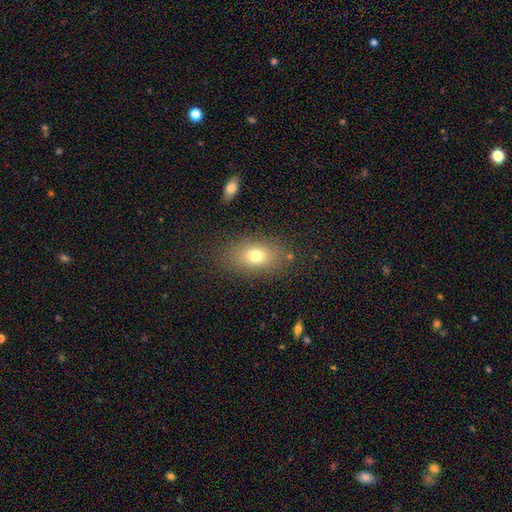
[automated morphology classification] The model was most divided on "smooth or featured": smooth: 74%, featured or disk: 14%, star or artifact: 12%. More confident: how rounded — in between (83%); merging — none (82%).